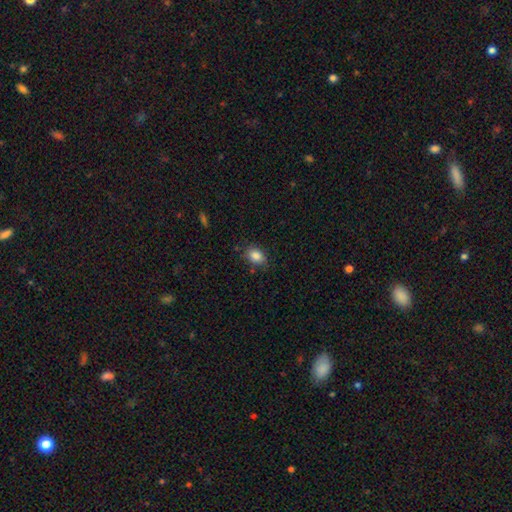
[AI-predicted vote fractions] A smooth galaxy with no disk features (86%) that is in between round and cigar-shaped (78%).

Vote fractions:
- Smooth or featured? smooth: 86% / star or artifact: 9% / featured or disk: 5%
- How rounded? in between: 78% / round: 21% / cigar-shaped: 1%
- Merging? none: 77% / minor disturbance: 17% / major disturbance: 4% / merger: 2%